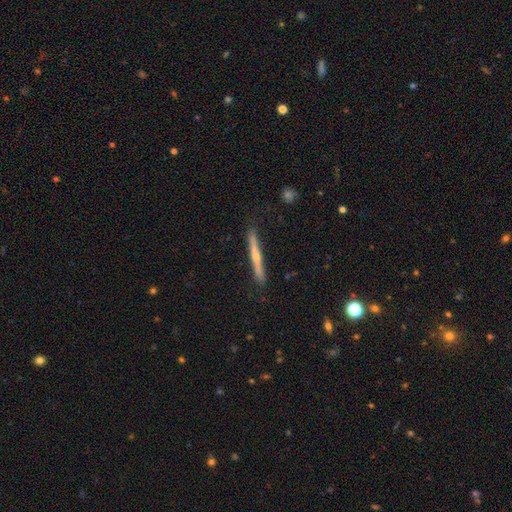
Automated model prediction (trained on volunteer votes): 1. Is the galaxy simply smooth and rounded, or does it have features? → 64% featured or disk, 30% smooth, 6% star or artifact.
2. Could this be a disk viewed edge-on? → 97% yes, 3% no.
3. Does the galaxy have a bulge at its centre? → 72% rounded, 24% none, 4% boxy.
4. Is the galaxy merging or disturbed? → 86% none, 11% minor disturbance, 2% major disturbance, 1% merger.